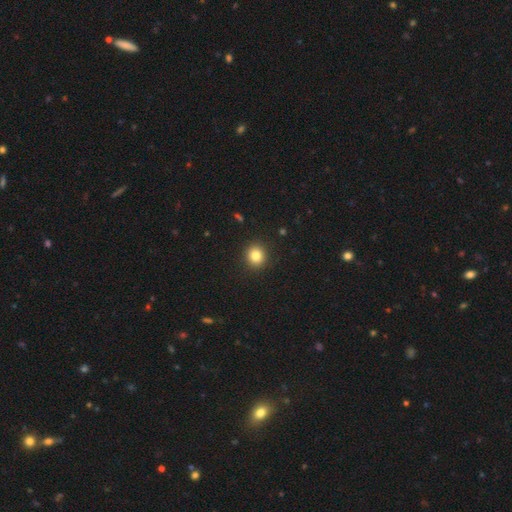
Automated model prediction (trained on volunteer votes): smooth 83%, star or artifact 11%, featured or disk 6%. Down the decision tree: how rounded — round (86%); merging — none (92%).